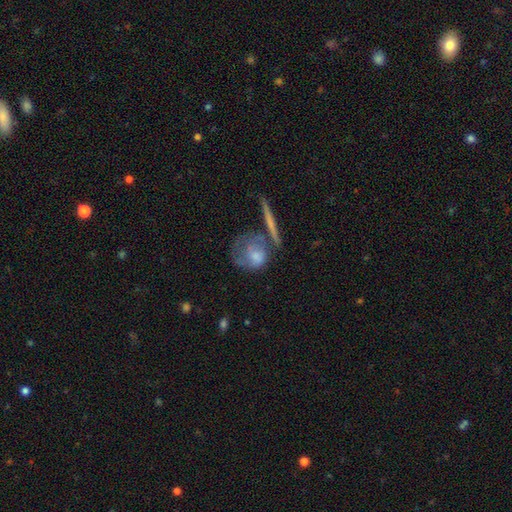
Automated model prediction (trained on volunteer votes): This is possibly a smooth galaxy (46%). Merging: marginally none (41%).